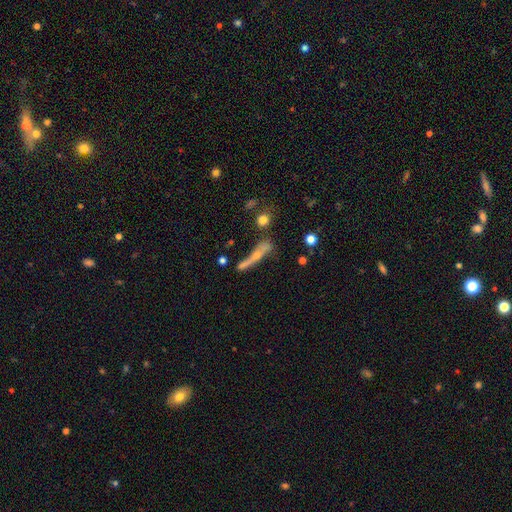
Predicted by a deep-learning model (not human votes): featured or disk 58%, smooth 30%, star or artifact 11%. Down the decision tree: edge-on disk — yes (80%); merging — none (51%).